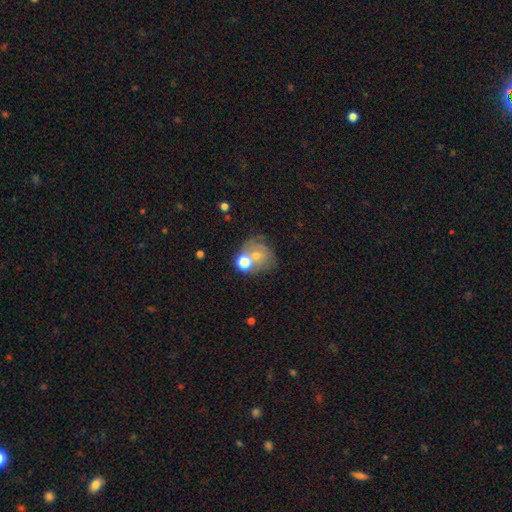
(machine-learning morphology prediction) Q: Smooth or featured?
A: smooth (58%); runner-up: featured or disk (29%)
Q: How rounded?
A: round (71%); runner-up: in between (28%)
Q: Merging?
A: none (39%); runner-up: merger (34%)